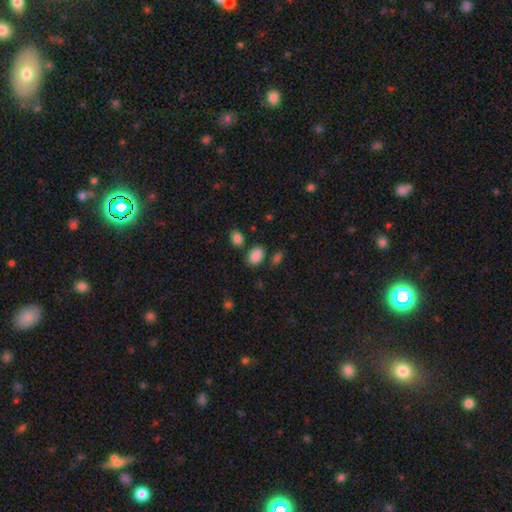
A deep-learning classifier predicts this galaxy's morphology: A smooth galaxy with no disk features (86%) that is in between round and cigar-shaped (80%).

Vote fractions:
- Smooth or featured? smooth: 86% / star or artifact: 10% / featured or disk: 4%
- How rounded? in between: 80% / round: 18% / cigar-shaped: 1%
- Merging? none: 73% / minor disturbance: 13% / merger: 9% / major disturbance: 4%